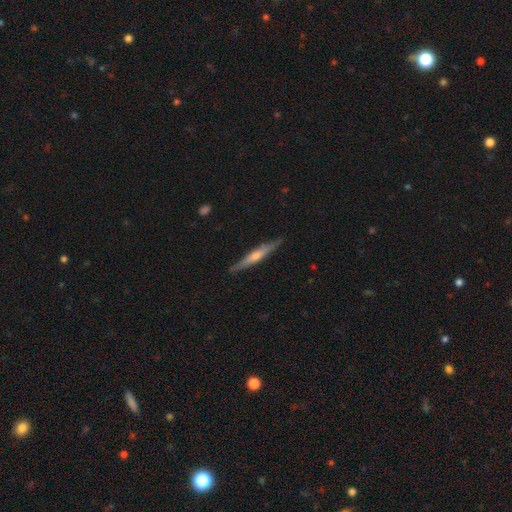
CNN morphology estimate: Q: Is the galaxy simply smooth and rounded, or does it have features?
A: featured or disk — 70%.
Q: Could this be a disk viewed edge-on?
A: yes — 97%.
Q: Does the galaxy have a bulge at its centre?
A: rounded — 78%.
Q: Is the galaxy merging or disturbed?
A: none — 89%.